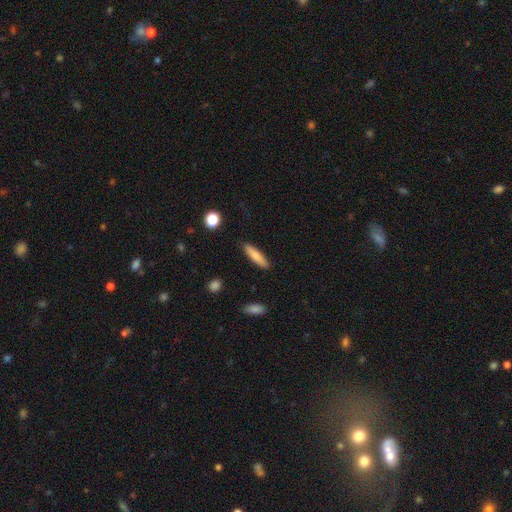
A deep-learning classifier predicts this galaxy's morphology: This appears to be a smooth galaxy with no disk features (78%) that is cigar-shaped (76%). Merging: none (89%).